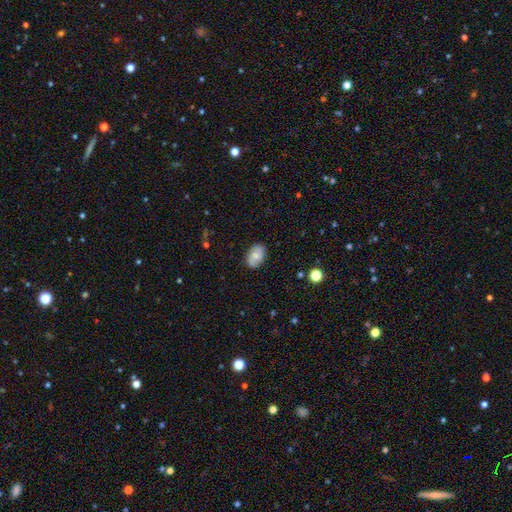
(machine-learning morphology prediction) Smooth or featured: smooth — 66% (featured or disk — 26%)
How rounded: in between — 86% (round — 13%)
Merging: none — 78% (minor disturbance — 17%)